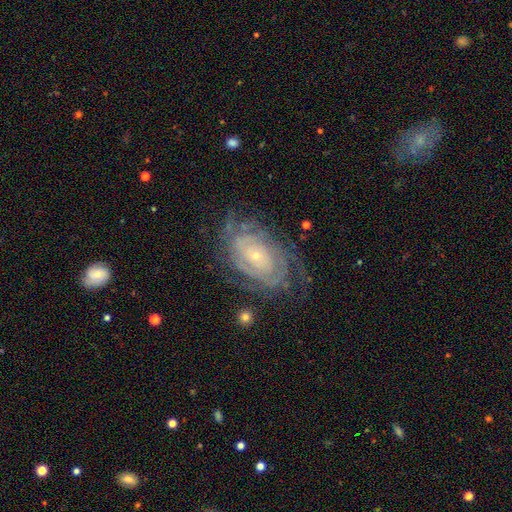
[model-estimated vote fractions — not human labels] This appears to be a featured or disk galaxy (83%) with no bar (74%), tight (76%) spiral arms (92%) and a small central bulge (80%). Merging: none (68%).